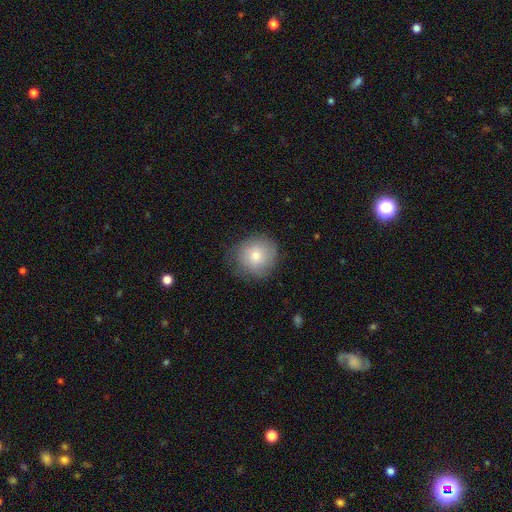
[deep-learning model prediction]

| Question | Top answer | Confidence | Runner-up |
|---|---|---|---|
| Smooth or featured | smooth | 71% | featured or disk (21%) |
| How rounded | round | 91% | in between (8%) |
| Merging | none | 74% | minor disturbance (19%) |